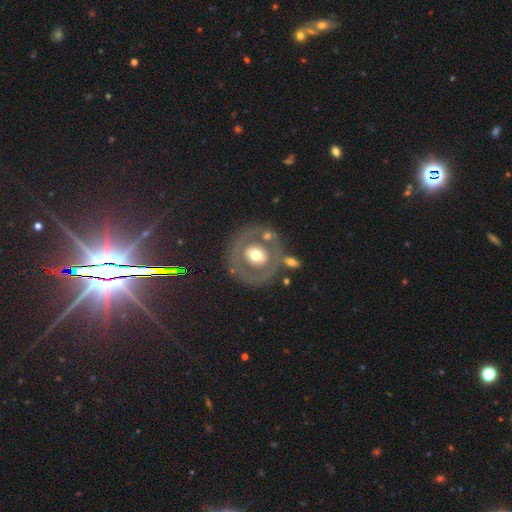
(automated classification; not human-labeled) A featured or disk galaxy (55%) with no bar (82%), no spiral arms (82%) and a moderate central bulge (64%). Merging: none (70%).